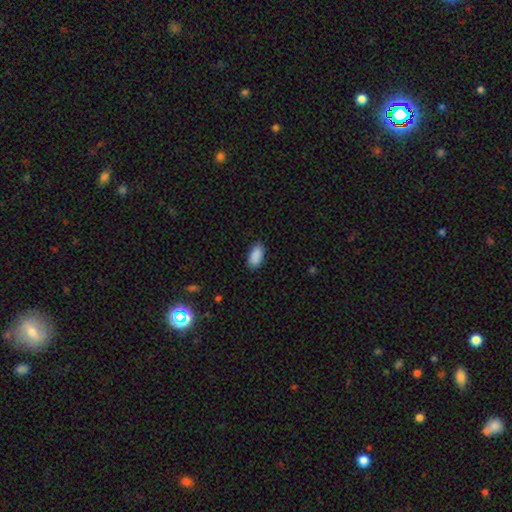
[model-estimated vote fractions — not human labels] Smooth or featured? Predicted: smooth (p=0.90). How rounded? Predicted: in between (p=0.93). Merging? Predicted: none (p=0.85).